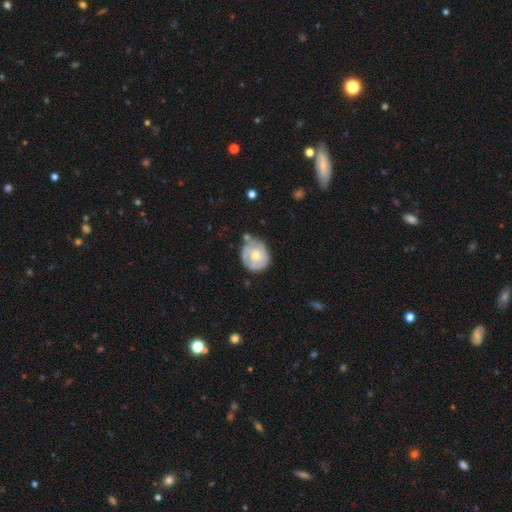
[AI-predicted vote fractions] Morphology: type=featured or disk (60%); edge-on=no (97%); bar=no (78%); spiral arms=yes (75%); bulge=moderate (66%); merging=none (57%).